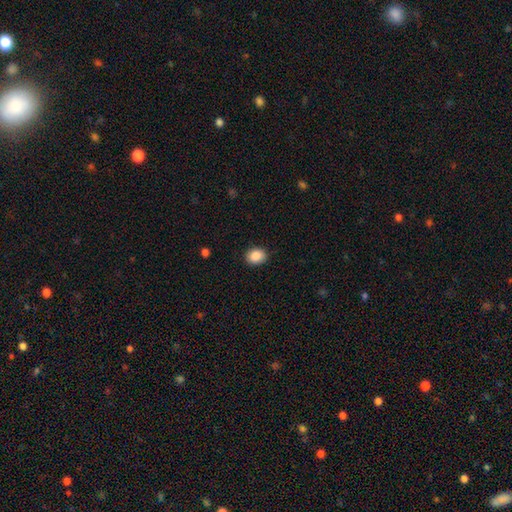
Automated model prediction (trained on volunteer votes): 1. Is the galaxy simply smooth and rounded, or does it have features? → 88% smooth, 8% star or artifact, 4% featured or disk.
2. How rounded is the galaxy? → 51% round, 48% in between, 1% cigar-shaped.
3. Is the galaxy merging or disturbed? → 89% none, 8% minor disturbance, 2% major disturbance, 1% merger.